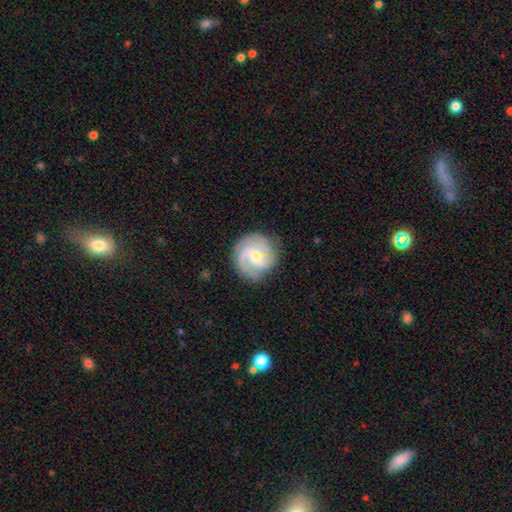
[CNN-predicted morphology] Smooth or featured?
  - featured or disk: 83% *
  - smooth: 12%
  - star or artifact: 5%
Edge-on disk?
  - no: 98% *
  - yes: 2%
Bar?
  - weak: 47% *
  - no: 46%
  - strong: 8%
Spiral arms?
  - yes: 97% *
  - no: 3%
Spiral winding?
  - medium: 45% *
  - tight: 43%
  - loose: 12%
Spiral arm count?
  - 2: 37% *
  - 3: 33%
  - can't tell: 13%
  - 1: 8%
  - 4: 5%
  - more than 4: 4%
Bulge size?
  - small: 59% *
  - moderate: 35%
  - none: 3%
  - large: 2%
  - dominant: 1%
Merging?
  - none: 80% *
  - minor disturbance: 14%
  - major disturbance: 5%
  - merger: 1%